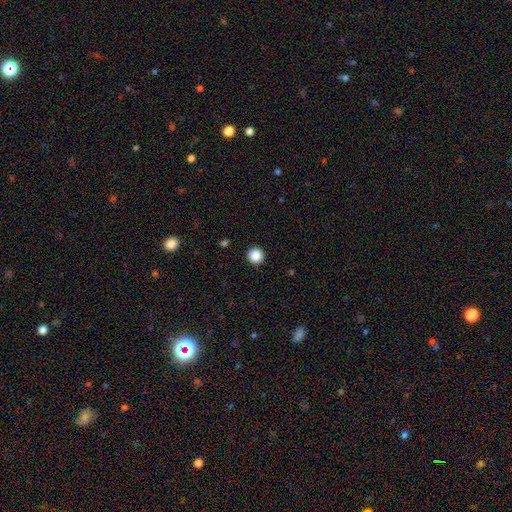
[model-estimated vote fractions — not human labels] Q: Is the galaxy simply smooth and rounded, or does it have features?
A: smooth — 87%.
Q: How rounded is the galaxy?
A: round — 95%.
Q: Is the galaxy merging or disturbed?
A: none — 93%.